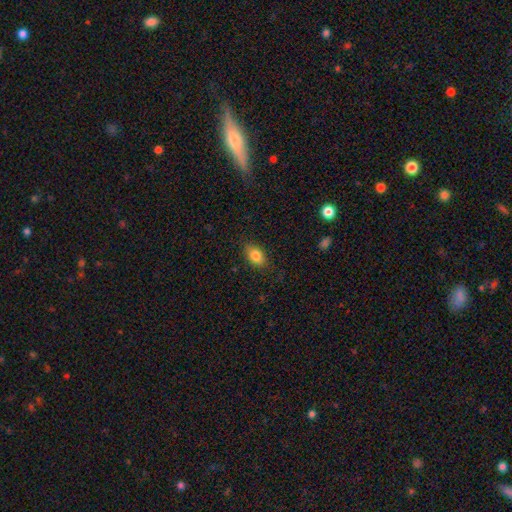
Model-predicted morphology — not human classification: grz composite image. It shows a smooth galaxy with no disk features (84%) that is in between round and cigar-shaped (83%). Merging: none (82%).